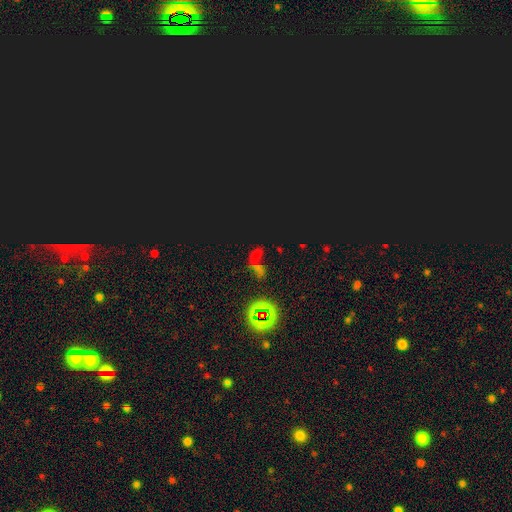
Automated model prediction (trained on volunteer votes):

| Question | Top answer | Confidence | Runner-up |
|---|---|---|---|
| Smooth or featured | star or artifact | 61% | smooth (30%) |